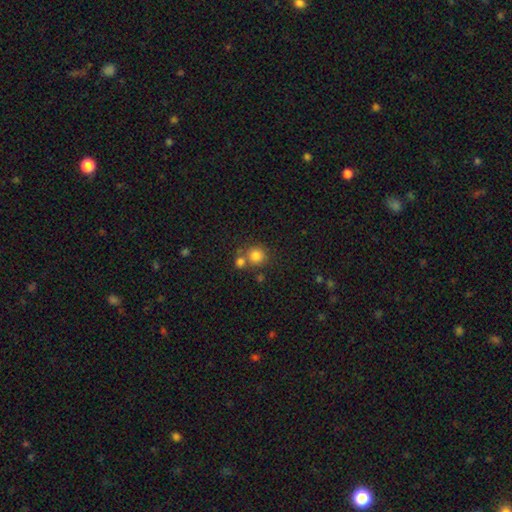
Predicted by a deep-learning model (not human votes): A smooth galaxy with no disk features (81%) that is round (89%).

Vote fractions:
- Smooth or featured? smooth: 81% / star or artifact: 12% / featured or disk: 7%
- How rounded? round: 89% / in between: 10% / cigar-shaped: 1%
- Merging? none: 58% / merger: 30% / minor disturbance: 8% / major disturbance: 4%